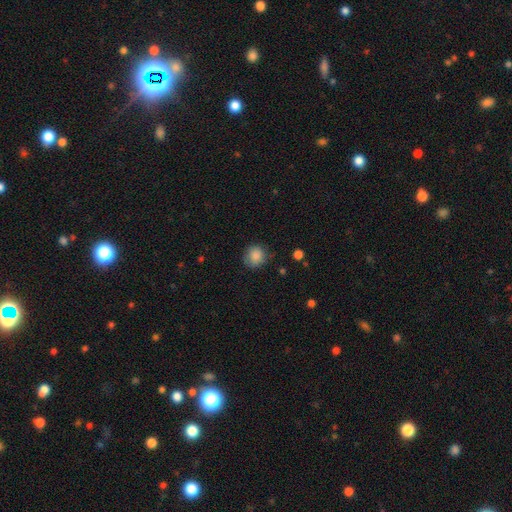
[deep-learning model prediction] A smooth galaxy with no disk features (87%) that is round (86%).

Vote fractions:
- Smooth or featured? smooth: 87% / star or artifact: 9% / featured or disk: 5%
- How rounded? round: 86% / in between: 13% / cigar-shaped: 1%
- Merging? none: 78% / minor disturbance: 16% / major disturbance: 4% / merger: 1%